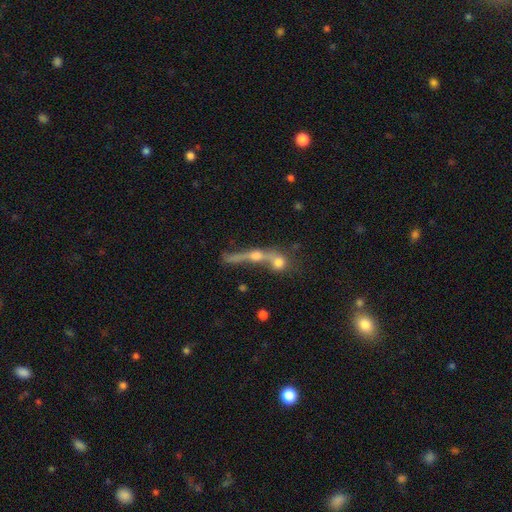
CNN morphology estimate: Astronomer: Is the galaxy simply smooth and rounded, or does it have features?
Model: featured or disk — 45% (runner-up: smooth, 40%).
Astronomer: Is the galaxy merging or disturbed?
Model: merger — 55%.